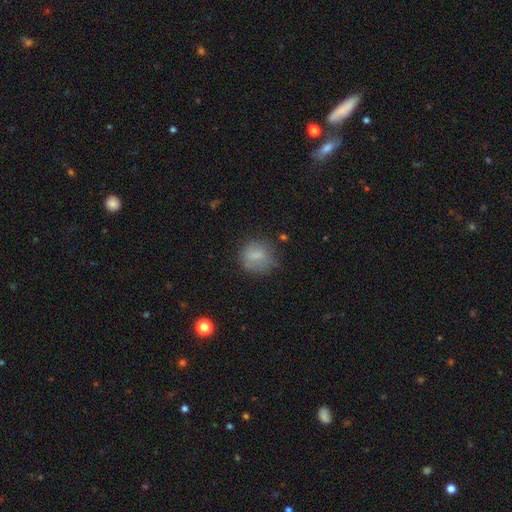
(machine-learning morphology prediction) Smooth or featured?
  - smooth: 71% *
  - featured or disk: 19%
  - star or artifact: 10%
How rounded?
  - round: 73% *
  - in between: 26%
  - cigar-shaped: 2%
Merging?
  - none: 60% *
  - minor disturbance: 25%
  - major disturbance: 12%
  - merger: 3%